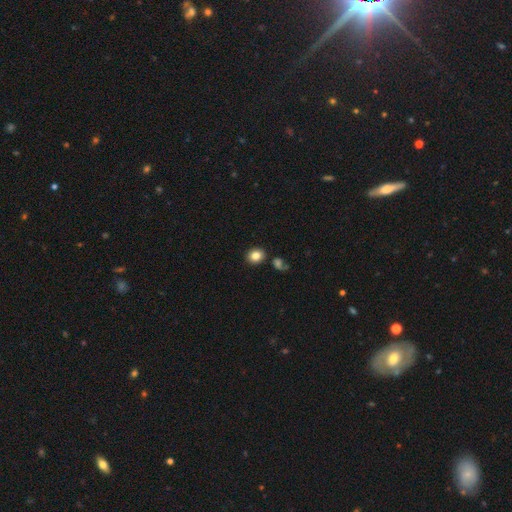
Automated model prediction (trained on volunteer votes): This is clearly a smooth galaxy (83%). How rounded: likely round (69%). Merging: clearly none (84%).